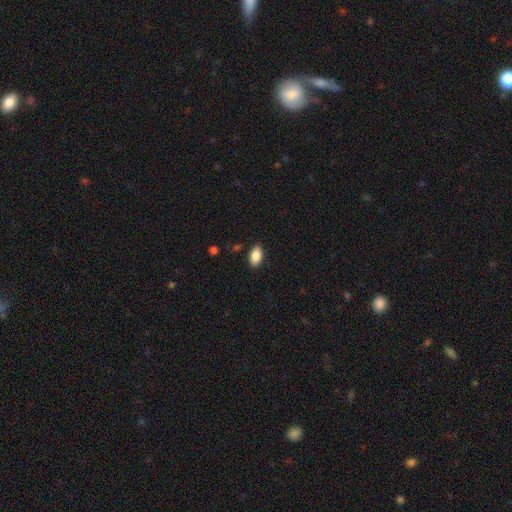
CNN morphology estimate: Smooth or featured? smooth (87%)
How rounded? in between (93%)
Merging? none (87%)